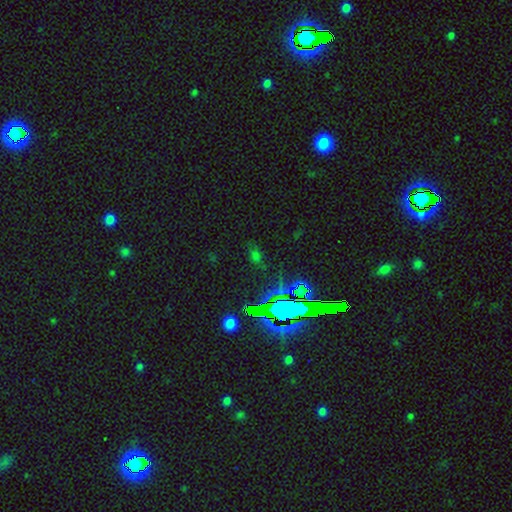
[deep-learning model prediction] star or artifact 60%, smooth 29%, featured or disk 11%.